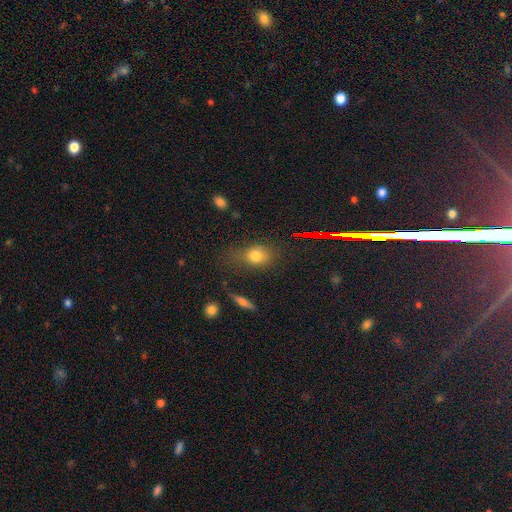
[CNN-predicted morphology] Smooth or featured?
  - smooth: 75% *
  - star or artifact: 14%
  - featured or disk: 11%
How rounded?
  - in between: 61% *
  - round: 36%
  - cigar-shaped: 3%
Merging?
  - none: 63% *
  - minor disturbance: 21%
  - major disturbance: 12%
  - merger: 5%